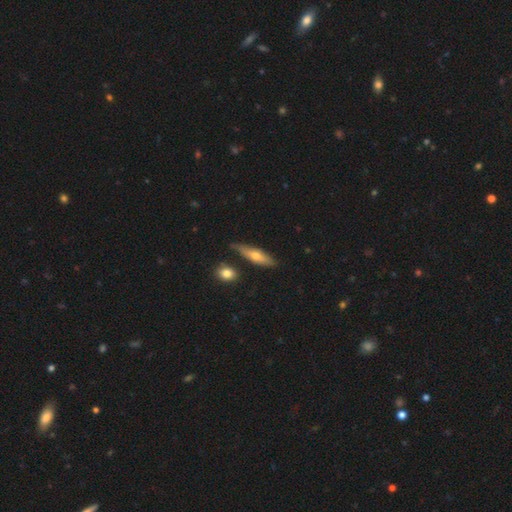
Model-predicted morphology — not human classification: smooth_or_featured: smooth (p=0.51) [alt: featured or disk p=0.42]
how_rounded: cigar-shaped (p=0.64) [alt: in between p=0.33]
merging: none (p=0.74) [alt: minor disturbance p=0.17]